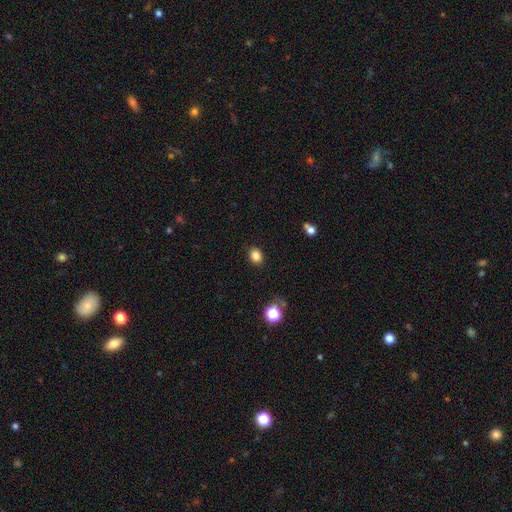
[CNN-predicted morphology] Q: Smooth or featured?
A: smooth (84%); runner-up: star or artifact (11%)
Q: How rounded?
A: in between (61%); runner-up: round (38%)
Q: Merging?
A: none (88%); runner-up: minor disturbance (8%)